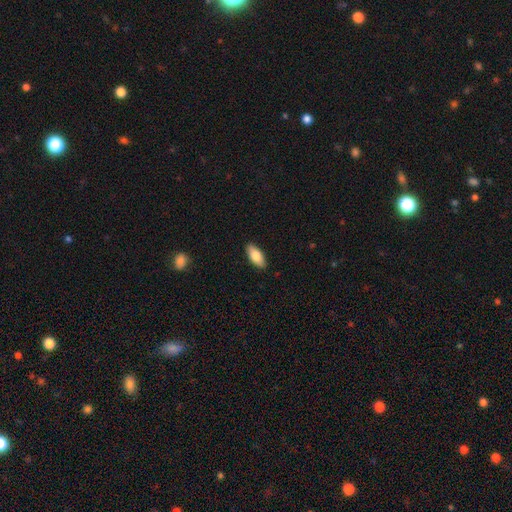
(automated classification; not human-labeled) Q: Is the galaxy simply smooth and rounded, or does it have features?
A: smooth — 81%.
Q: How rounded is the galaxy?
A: in between — 88%.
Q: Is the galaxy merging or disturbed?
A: none — 90%.